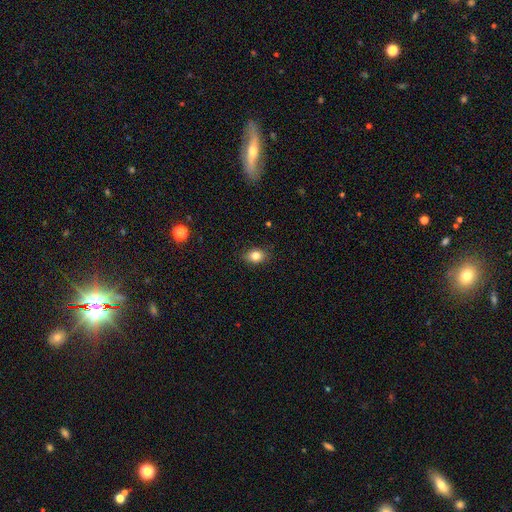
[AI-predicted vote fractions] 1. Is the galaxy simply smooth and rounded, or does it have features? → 83% smooth, 10% star or artifact, 7% featured or disk.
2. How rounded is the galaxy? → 70% in between, 29% round, 1% cigar-shaped.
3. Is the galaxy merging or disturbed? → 86% none, 11% minor disturbance, 2% major disturbance, 1% merger.